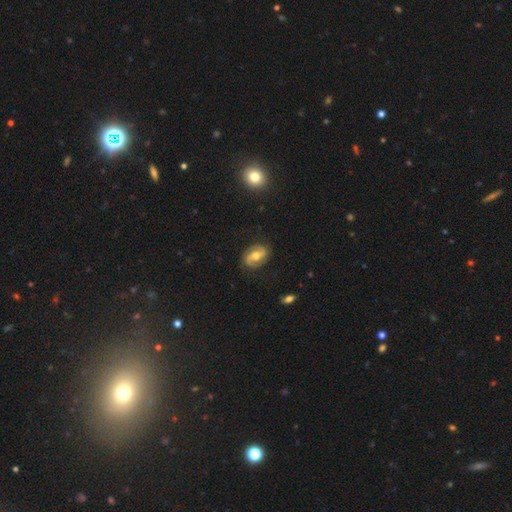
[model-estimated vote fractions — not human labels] Smooth or featured? featured or disk (79%)
Edge-on disk? no (97%)
Bar? weak (44%)
Spiral arms? yes (93%)
Spiral winding? medium (47%)
Spiral arm count? 2 (91%)
Bulge size? moderate (74%)
Merging? none (83%)